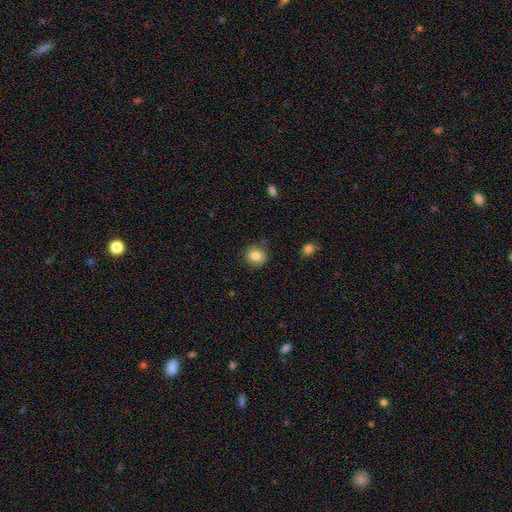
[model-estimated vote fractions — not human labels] A smooth galaxy with no disk features (84%) that is round (81%). Merging: none (84%).